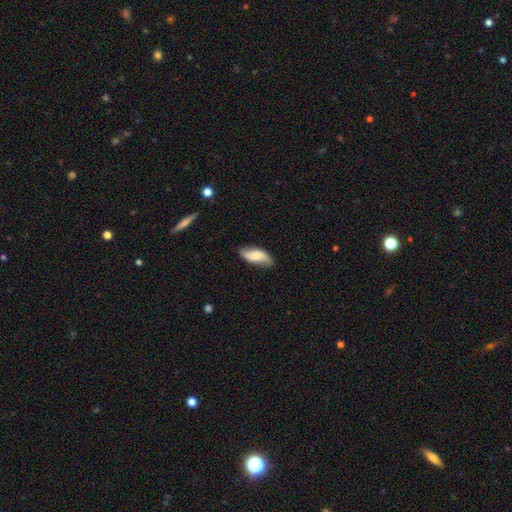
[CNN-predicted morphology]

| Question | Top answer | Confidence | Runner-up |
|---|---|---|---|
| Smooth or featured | smooth | 56% | featured or disk (37%) |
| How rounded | in between | 82% | cigar-shaped (16%) |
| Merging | none | 72% | minor disturbance (21%) |